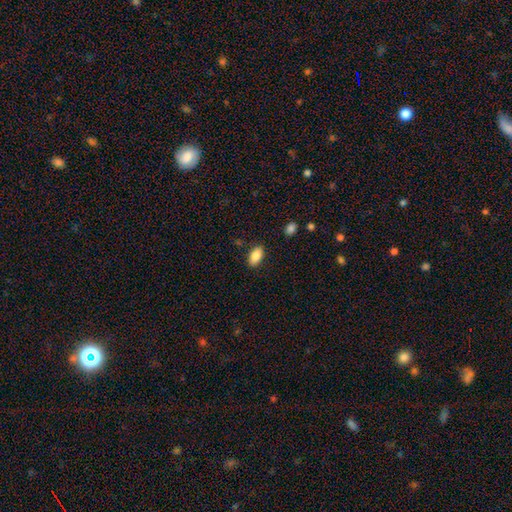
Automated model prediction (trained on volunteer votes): Morphology: type=smooth (87%); roundness=in between (92%); merging=none (87%).